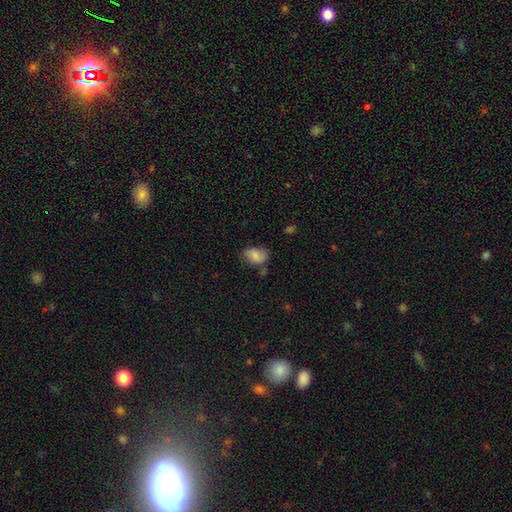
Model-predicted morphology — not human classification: Smooth or featured? Predicted: smooth (p=0.80). How rounded? Predicted: in between (p=0.83). Merging? Predicted: none (p=0.56).